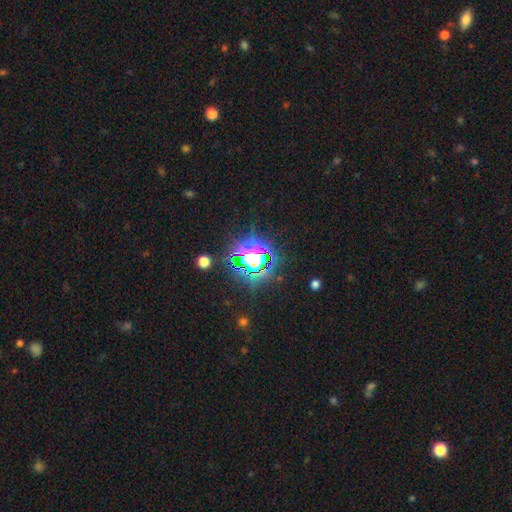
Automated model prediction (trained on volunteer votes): The model was most divided on "smooth or featured": star or artifact: 72%, smooth: 18%, featured or disk: 10%.